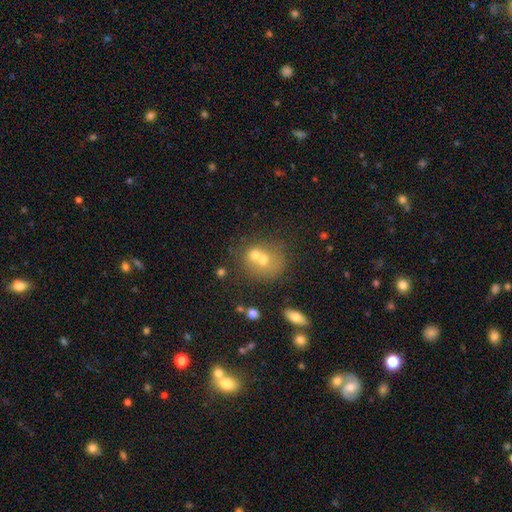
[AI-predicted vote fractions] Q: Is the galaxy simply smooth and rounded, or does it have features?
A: smooth — 56%.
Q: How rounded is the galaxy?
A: round — 73%.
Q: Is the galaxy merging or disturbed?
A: merger — 53%.